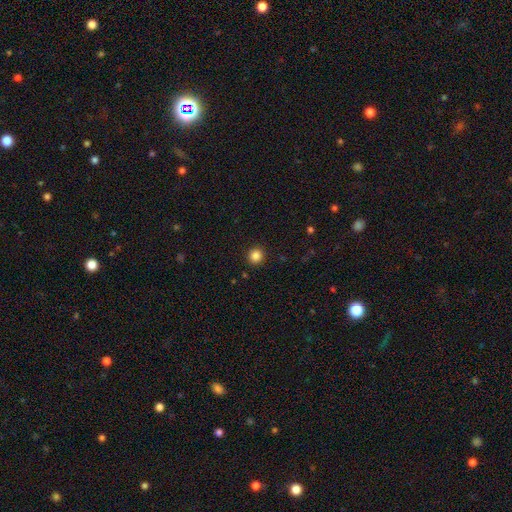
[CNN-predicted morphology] Overall: smooth (85%). How rounded: round (93%). Merging: none (92%).